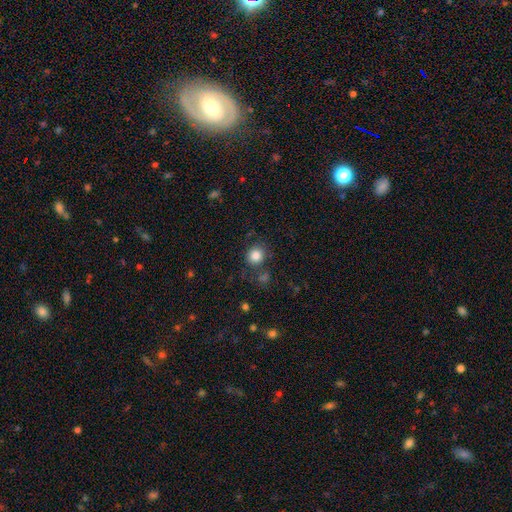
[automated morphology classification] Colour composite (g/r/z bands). It shows a smooth galaxy with no disk features (84%) that is round (86%). Merging: none (80%).